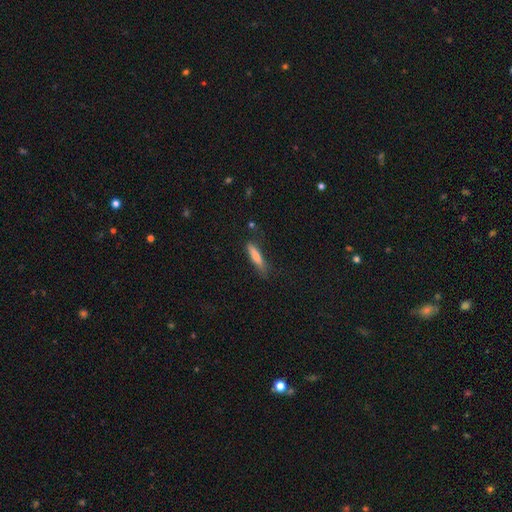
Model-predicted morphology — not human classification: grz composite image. It shows a smooth galaxy with no disk features (66%) that is cigar-shaped (85%). Merging: none (74%).